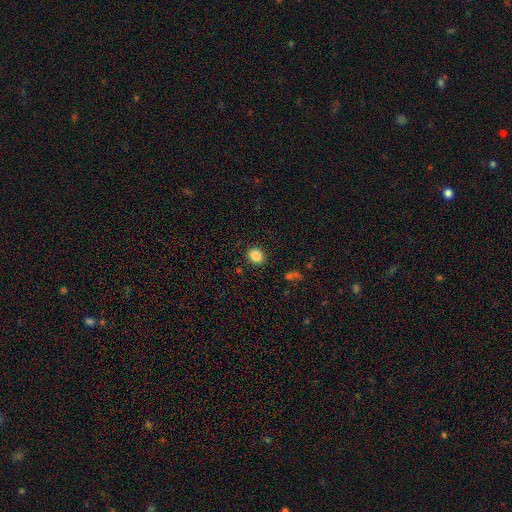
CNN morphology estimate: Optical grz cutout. It shows a smooth galaxy with no disk features (86%) that is round (69%). Merging: none (89%).